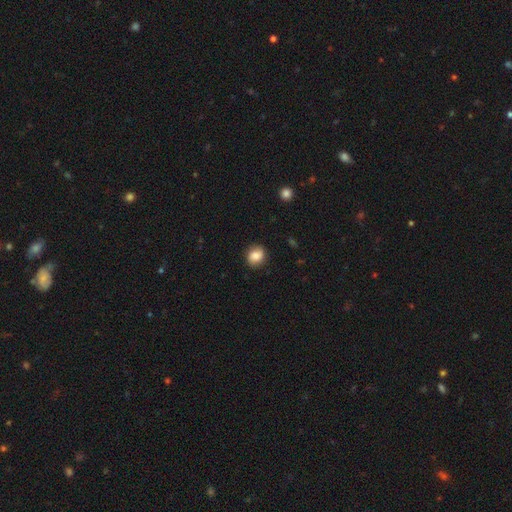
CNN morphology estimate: Smooth or featured?
  - smooth: 79% *
  - featured or disk: 12%
  - star or artifact: 9%
How rounded?
  - round: 66% *
  - in between: 33%
  - cigar-shaped: 1%
Merging?
  - none: 84% *
  - minor disturbance: 12%
  - major disturbance: 3%
  - merger: 1%